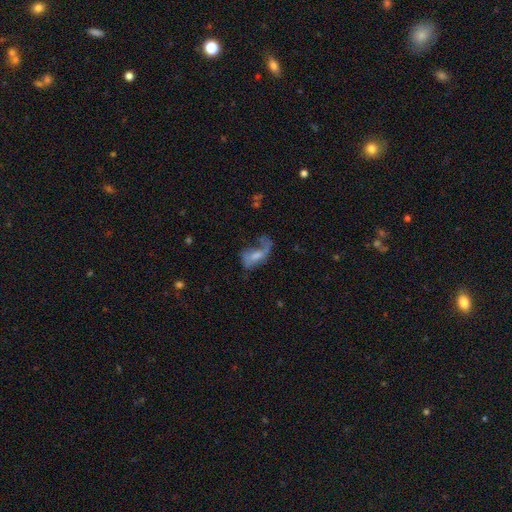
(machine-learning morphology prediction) Q: Smooth or featured?
A: featured or disk (50%); runner-up: smooth (39%)
Q: Merging?
A: major disturbance (50%); runner-up: none (23%)